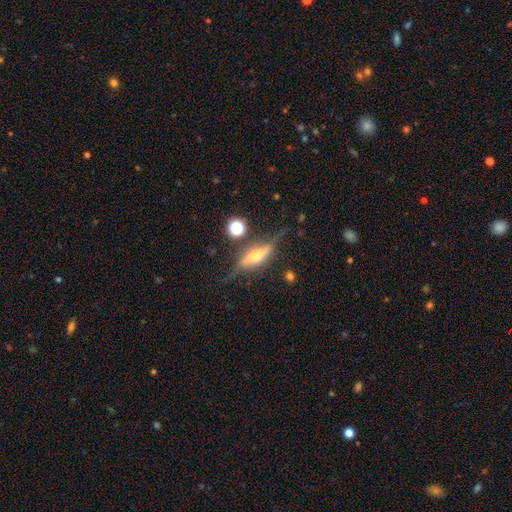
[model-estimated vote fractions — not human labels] A featured or disk galaxy (72%) viewed edge-on (86%) with a rounded central bulge (85%).

Vote fractions:
- Smooth or featured? featured or disk: 72% / smooth: 20% / star or artifact: 9%
- Edge-on disk? yes: 86% / no: 14%
- Edge-on bulge? rounded: 85% / boxy: 11% / none: 5%
- Merging? none: 66% / minor disturbance: 20% / major disturbance: 9% / merger: 5%